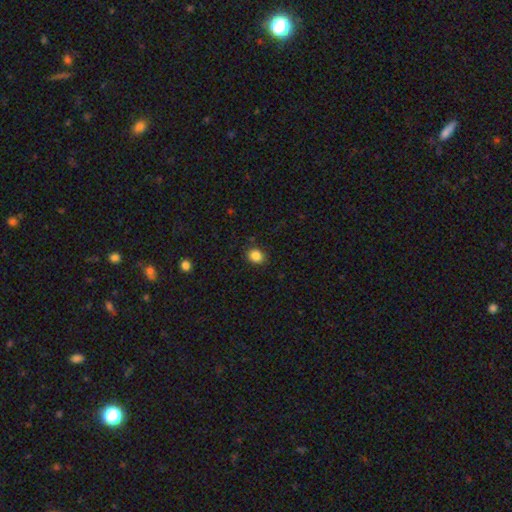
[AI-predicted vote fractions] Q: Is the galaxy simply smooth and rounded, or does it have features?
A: smooth — 85%.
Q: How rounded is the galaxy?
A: round — 68%.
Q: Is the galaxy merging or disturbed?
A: none — 88%.